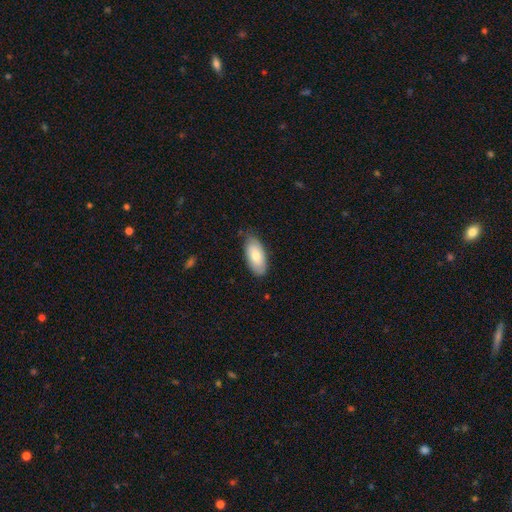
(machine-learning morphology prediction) smooth 76%, featured or disk 18%, star or artifact 6%. Down the decision tree: how rounded — in between (91%); merging — none (77%).